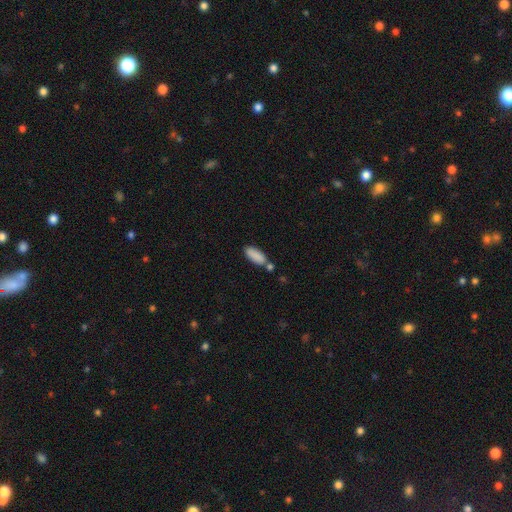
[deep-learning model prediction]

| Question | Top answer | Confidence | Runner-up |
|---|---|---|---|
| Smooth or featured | smooth | 87% | star or artifact (7%) |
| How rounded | in between | 78% | cigar-shaped (21%) |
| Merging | none | 62% | merger (20%) |